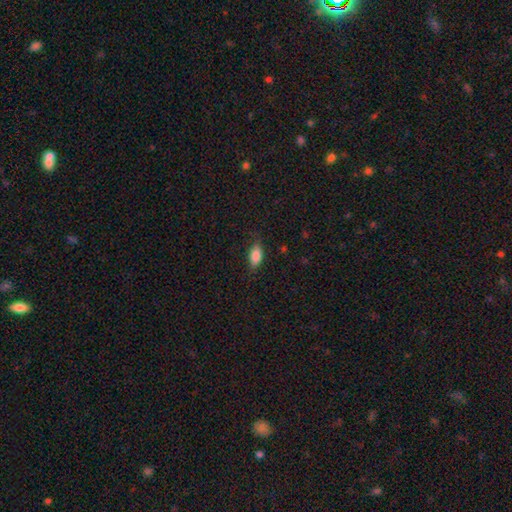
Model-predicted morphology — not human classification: This appears to be a smooth galaxy with no disk features (85%) that is in between round and cigar-shaped (88%). Merging: none (78%).